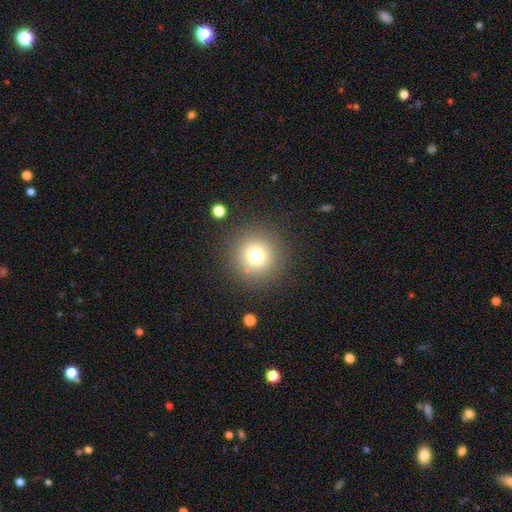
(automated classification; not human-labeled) smooth_or_featured: smooth (p=0.75) [alt: star or artifact p=0.15]
how_rounded: round (p=0.96) [alt: in between p=0.03]
merging: none (p=0.88) [alt: minor disturbance p=0.06]